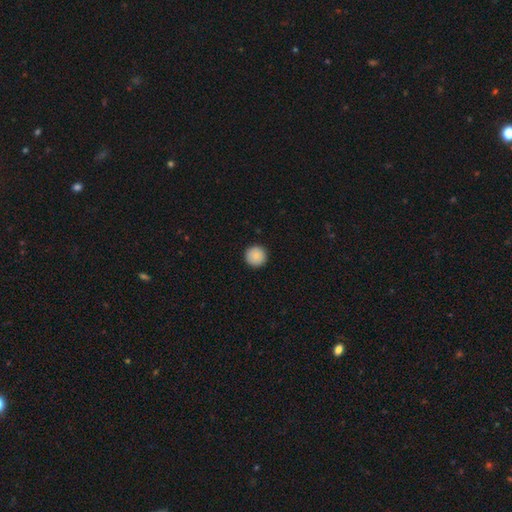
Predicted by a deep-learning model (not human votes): Smooth or featured?
  - smooth: 87% *
  - star or artifact: 8%
  - featured or disk: 5%
How rounded?
  - round: 97% *
  - in between: 2%
  - cigar-shaped: 1%
Merging?
  - none: 93% *
  - minor disturbance: 4%
  - major disturbance: 1%
  - merger: 1%